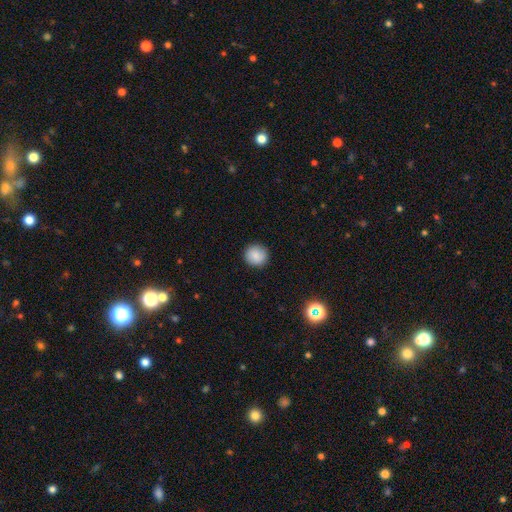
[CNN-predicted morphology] Q: Smooth or featured?
A: smooth (87%); runner-up: star or artifact (9%)
Q: How rounded?
A: round (93%); runner-up: in between (6%)
Q: Merging?
A: none (92%); runner-up: minor disturbance (6%)